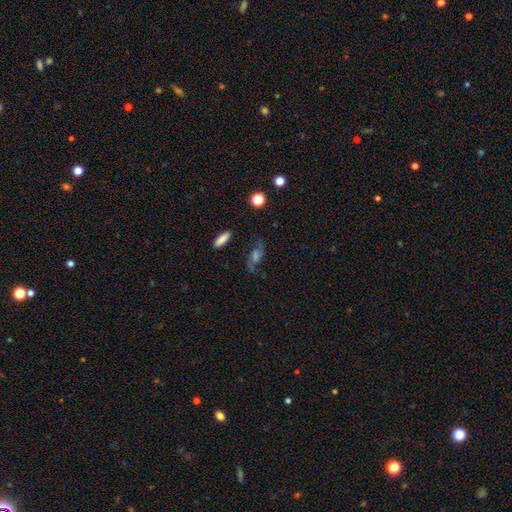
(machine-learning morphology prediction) Smooth or featured?
  - featured or disk: 67% *
  - smooth: 18%
  - star or artifact: 14%
Edge-on disk?
  - no: 89% *
  - yes: 11%
Bar?
  - no: 56% *
  - weak: 34%
  - strong: 10%
Spiral arms?
  - yes: 93% *
  - no: 7%
Spiral winding?
  - loose: 55% *
  - medium: 34%
  - tight: 11%
Spiral arm count?
  - 2: 90% *
  - can't tell: 4%
  - 1: 3%
  - 3: 1%
  - 4: 1%
  - more than 4: 1%
Bulge size?
  - moderate: 40% *
  - small: 31%
  - none: 13%
  - large: 13%
  - dominant: 3%
Merging?
  - none: 74% *
  - minor disturbance: 16%
  - major disturbance: 8%
  - merger: 2%